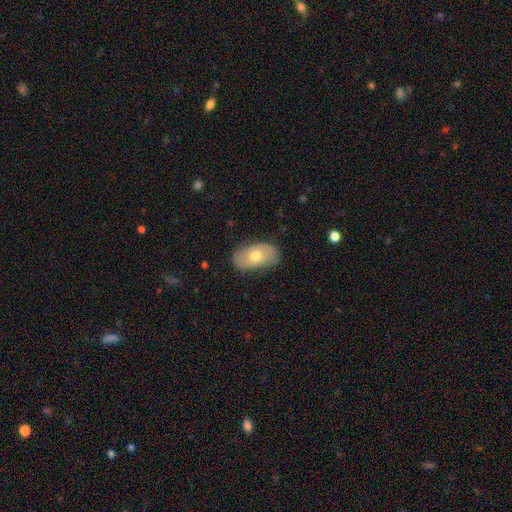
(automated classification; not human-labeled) smooth 61%, featured or disk 33%, star or artifact 6%. Down the decision tree: how rounded — in between (93%); merging — none (79%).